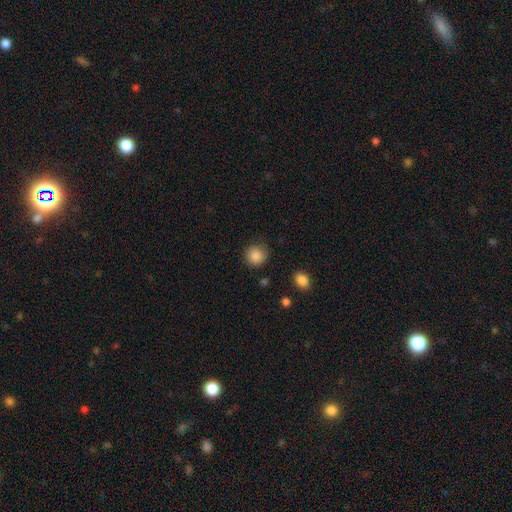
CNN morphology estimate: type=smooth (87%); roundness=round (90%); merging=none (81%).